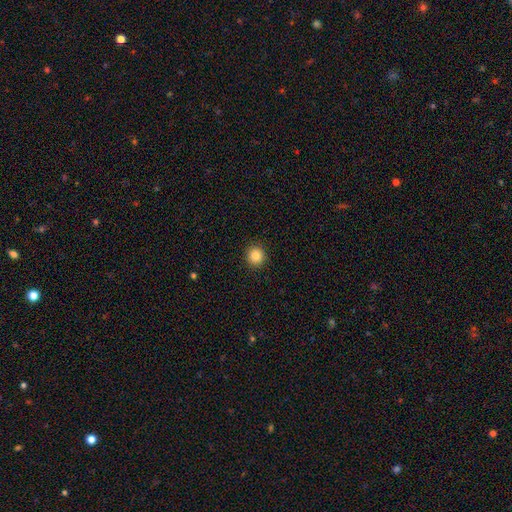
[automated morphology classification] Smooth or featured? Predicted: smooth (p=0.85). How rounded? Predicted: round (p=0.93). Merging? Predicted: none (p=0.92).